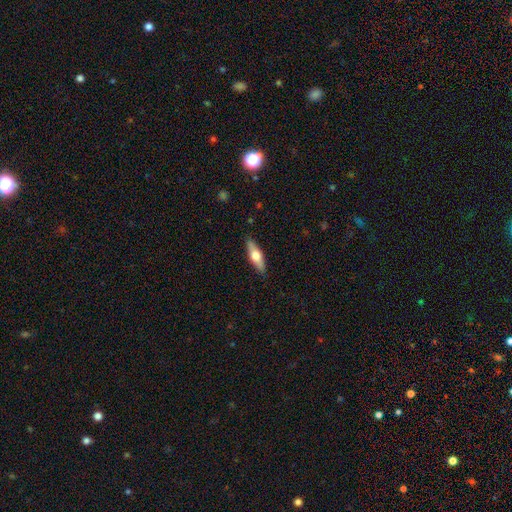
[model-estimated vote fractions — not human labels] smooth-or-featured: smooth: 52% | featured or disk: 42% | star or artifact: 6%
  how-rounded: cigar-shaped: 51% | in between: 46% | round: 3%
  merging: none: 88% | minor disturbance: 9% | major disturbance: 2% | merger: 1%